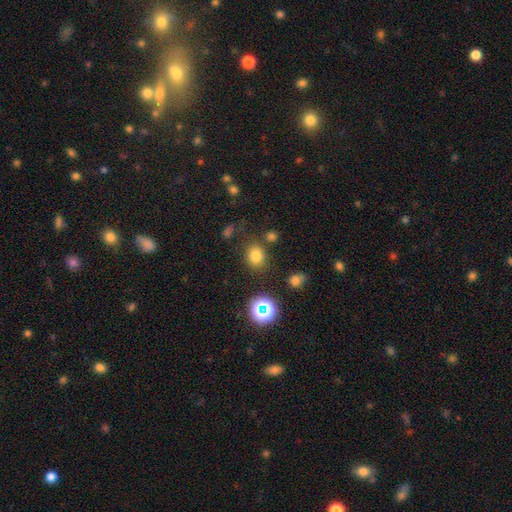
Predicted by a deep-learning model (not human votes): smooth-or-featured: smooth: 76% | star or artifact: 18% | featured or disk: 7%
  how-rounded: round: 67% | in between: 32% | cigar-shaped: 1%
  merging: none: 79% | minor disturbance: 11% | merger: 6% | major disturbance: 4%